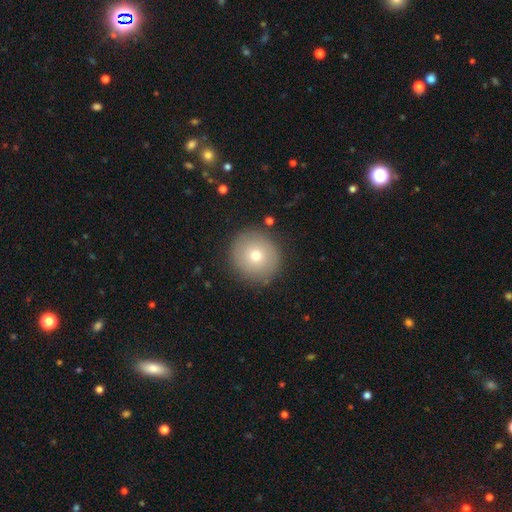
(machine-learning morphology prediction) Smooth or featured? smooth (71%)
How rounded? round (93%)
Merging? none (88%)